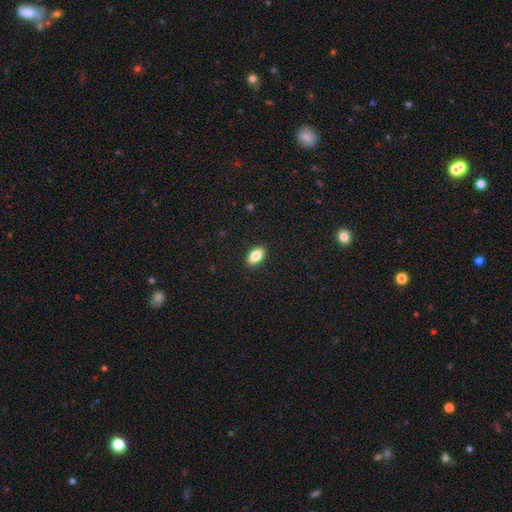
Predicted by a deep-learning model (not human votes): This is clearly a smooth galaxy (82%). How rounded: clearly in between (90%). Merging: clearly none (90%).